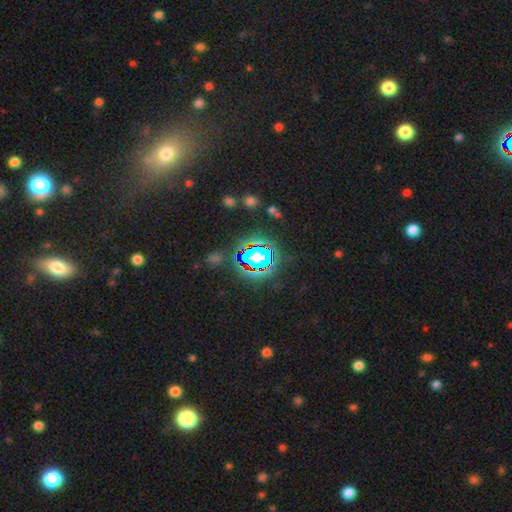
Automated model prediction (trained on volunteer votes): A star or artifact, not a galaxy (77%).